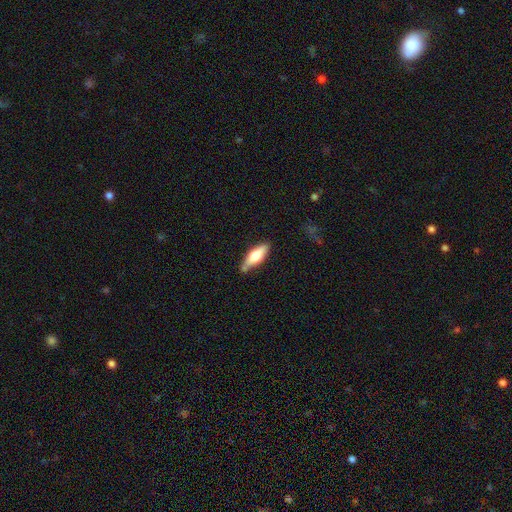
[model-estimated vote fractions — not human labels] The model was most divided on "how rounded": in between: 58%, cigar-shaped: 40%, round: 2%. More confident: merging — none (74%); smooth or featured — smooth (59%).